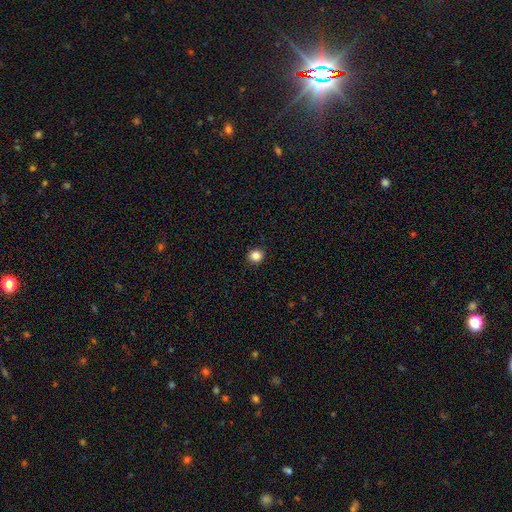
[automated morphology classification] The model was most divided on "smooth or featured": smooth: 85%, star or artifact: 11%, featured or disk: 4%. More confident: merging — none (92%); how rounded — round (89%).